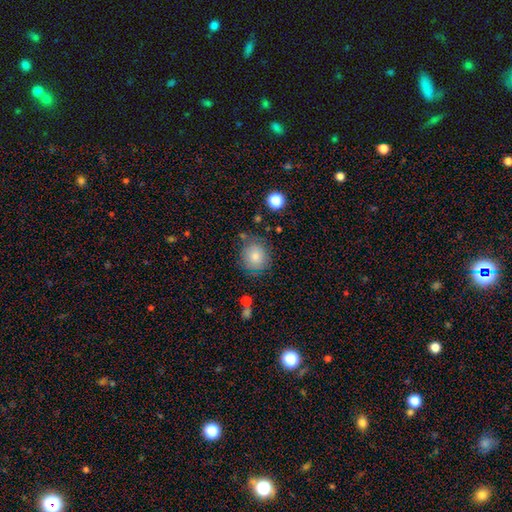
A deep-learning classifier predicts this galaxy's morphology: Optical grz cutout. It shows a smooth galaxy with no disk features (78%) that is round (84%). Merging: none (75%).